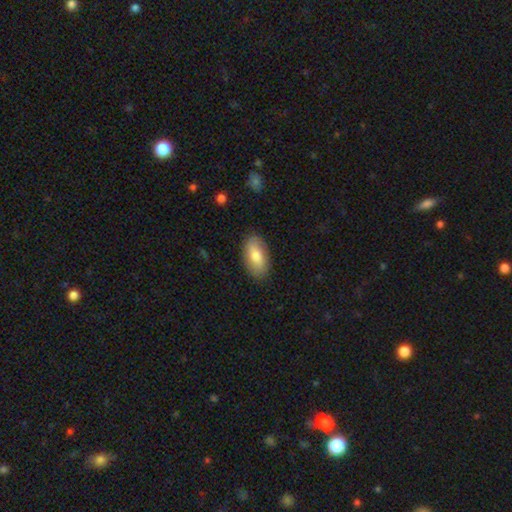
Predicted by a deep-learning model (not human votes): smooth-or-featured: smooth: 74% | featured or disk: 20% | star or artifact: 6%
  how-rounded: in between: 92% | cigar-shaped: 4% | round: 3%
  merging: none: 86% | minor disturbance: 10% | major disturbance: 2% | merger: 1%